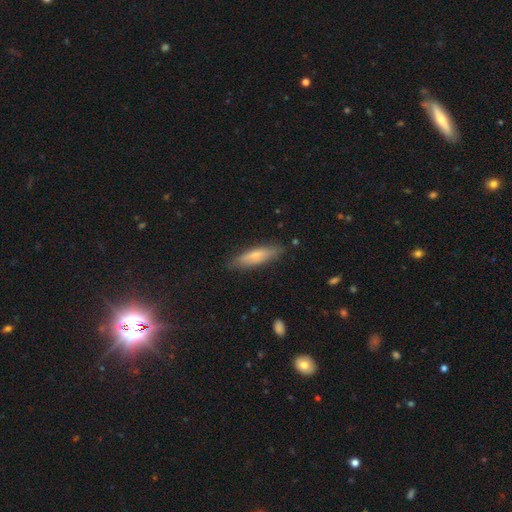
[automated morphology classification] smooth 61%, featured or disk 33%, star or artifact 6%. Down the decision tree: how rounded — cigar-shaped (71%); merging — none (83%).